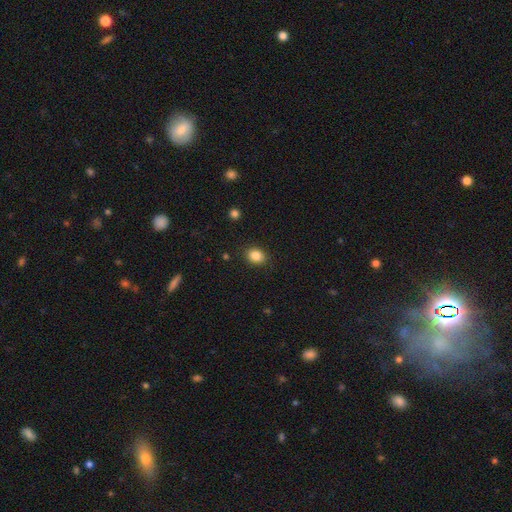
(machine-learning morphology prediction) type=smooth (86%); roundness=in between (52%); merging=none (88%).